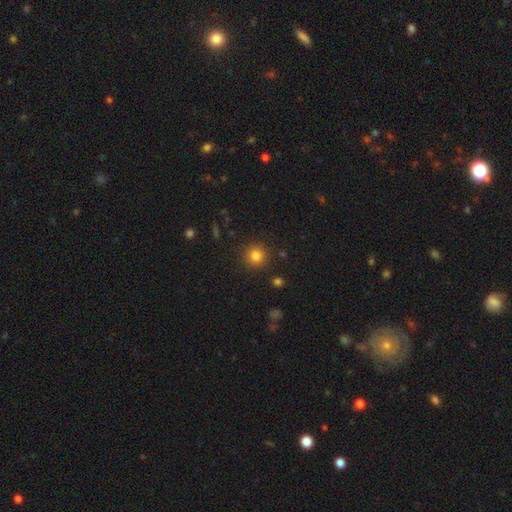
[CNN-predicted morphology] Smooth or featured: smooth — 81% (star or artifact — 13%)
How rounded: round — 94% (in between — 5%)
Merging: none — 90% (minor disturbance — 6%)